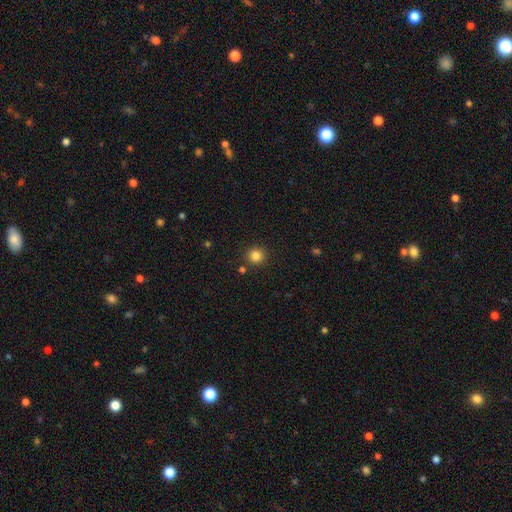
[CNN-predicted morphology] smooth_or_featured: smooth (p=0.84) [alt: star or artifact p=0.12]
how_rounded: round (p=0.93) [alt: in between p=0.06]
merging: none (p=0.88) [alt: minor disturbance p=0.06]